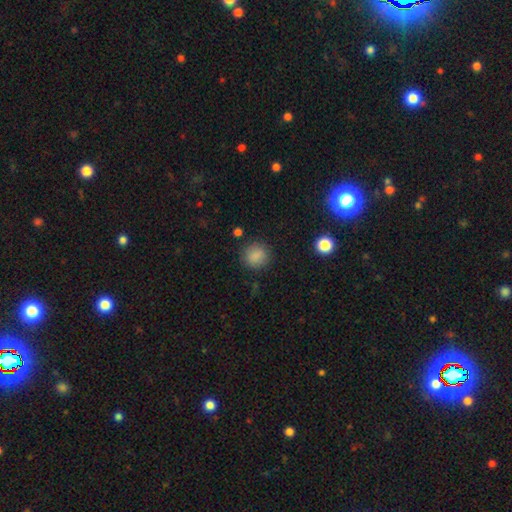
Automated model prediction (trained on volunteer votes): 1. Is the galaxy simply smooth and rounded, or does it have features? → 85% smooth, 10% star or artifact, 5% featured or disk.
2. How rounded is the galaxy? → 81% round, 18% in between, 1% cigar-shaped.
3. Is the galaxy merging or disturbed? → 84% none, 10% minor disturbance, 4% major disturbance, 2% merger.